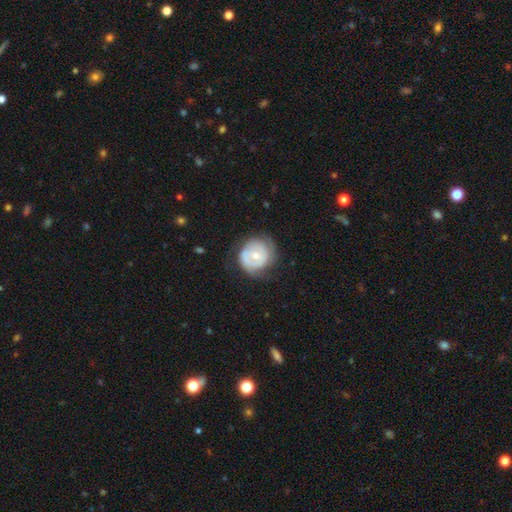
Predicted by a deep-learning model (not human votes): Smooth or featured?
  - featured or disk: 55% *
  - smooth: 39%
  - star or artifact: 6%
Edge-on disk?
  - no: 97% *
  - yes: 3%
Bar?
  - no: 69% *
  - weak: 25%
  - strong: 6%
Spiral arms?
  - yes: 57% *
  - no: 43%
Bulge size?
  - moderate: 51% *
  - small: 45%
  - large: 2%
  - none: 1%
  - dominant: 1%
Merging?
  - none: 61% *
  - minor disturbance: 26%
  - major disturbance: 12%
  - merger: 1%